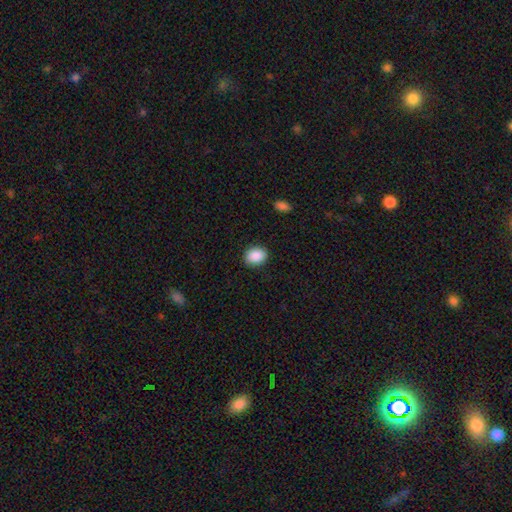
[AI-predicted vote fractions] Smooth or featured? Predicted: smooth (p=0.89). How rounded? Predicted: in between (p=0.54). Merging? Predicted: none (p=0.89).